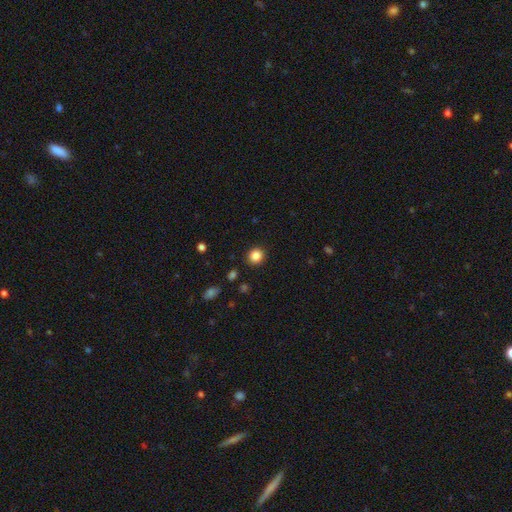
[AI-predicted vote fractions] Smooth or featured?
  - smooth: 85% *
  - star or artifact: 11%
  - featured or disk: 4%
How rounded?
  - round: 88% *
  - in between: 11%
  - cigar-shaped: 1%
Merging?
  - none: 91% *
  - minor disturbance: 6%
  - major disturbance: 2%
  - merger: 2%